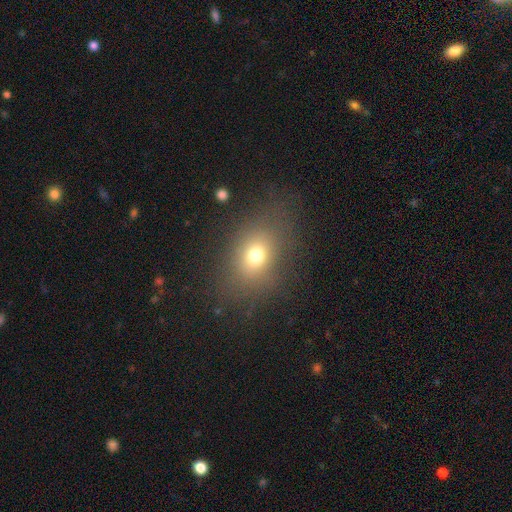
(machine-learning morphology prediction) This is likely a smooth galaxy (71%). How rounded: possibly in between (58%). Merging: likely none (75%).